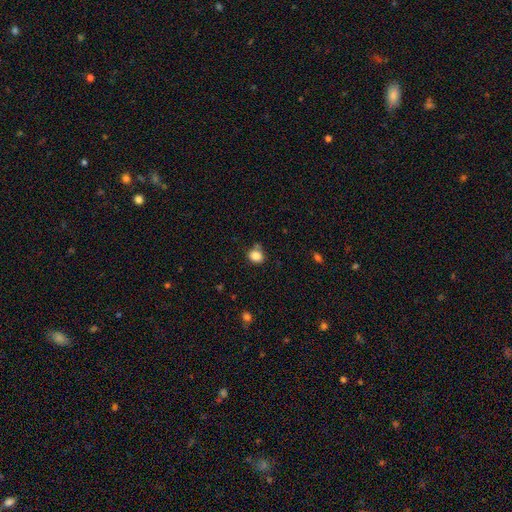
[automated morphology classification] A smooth galaxy with no disk features (85%) that is round (67%).

Vote fractions:
- Smooth or featured? smooth: 85% / star or artifact: 10% / featured or disk: 4%
- How rounded? round: 67% / in between: 32% / cigar-shaped: 1%
- Merging? none: 69% / minor disturbance: 17% / merger: 9% / major disturbance: 4%